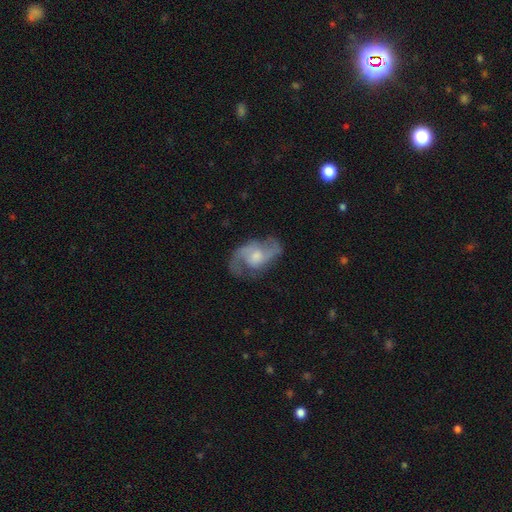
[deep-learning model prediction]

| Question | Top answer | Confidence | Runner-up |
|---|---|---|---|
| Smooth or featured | featured or disk | 80% | smooth (14%) |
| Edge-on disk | no | 96% | yes (4%) |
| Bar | no | 56% | weak (37%) |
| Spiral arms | yes | 92% | no (8%) |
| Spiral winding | medium | 50% | loose (35%) |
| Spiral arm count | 2 | 82% | can't tell (7%) |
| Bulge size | moderate | 47% | small (31%) |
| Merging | none | 65% | minor disturbance (19%) |